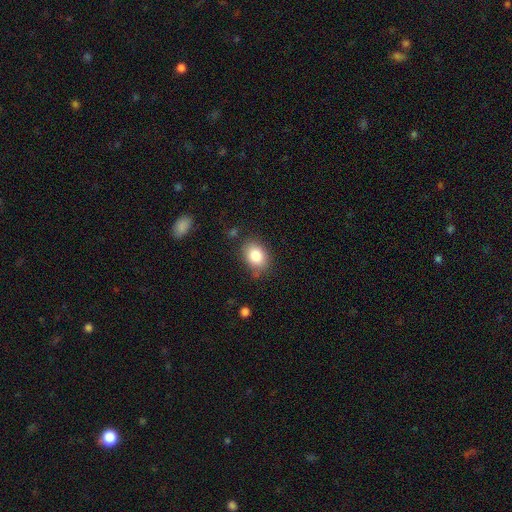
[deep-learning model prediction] The model was most divided on "how rounded": in between: 70%, round: 29%, cigar-shaped: 1%. More confident: smooth or featured — smooth (83%); merging — none (80%).